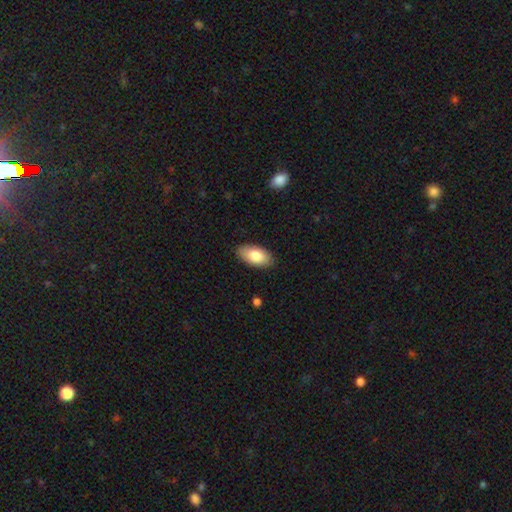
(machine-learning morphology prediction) type=smooth (82%); roundness=in between (94%); merging=none (86%).